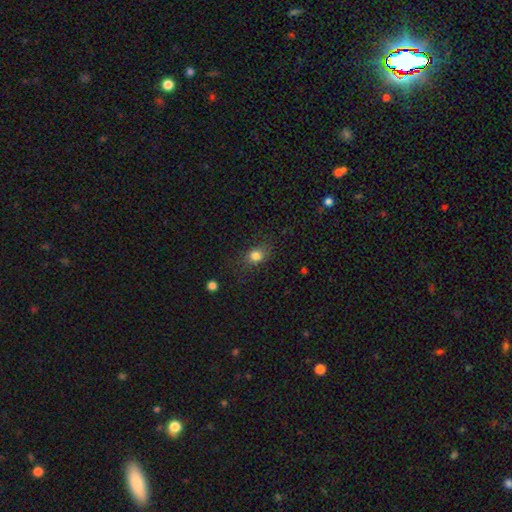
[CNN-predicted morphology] A smooth galaxy with no disk features (81%) that is round (51%).

Vote fractions:
- Smooth or featured? smooth: 81% / star or artifact: 12% / featured or disk: 7%
- How rounded? round: 51% / in between: 48% / cigar-shaped: 2%
- Merging? none: 75% / minor disturbance: 17% / major disturbance: 7% / merger: 2%